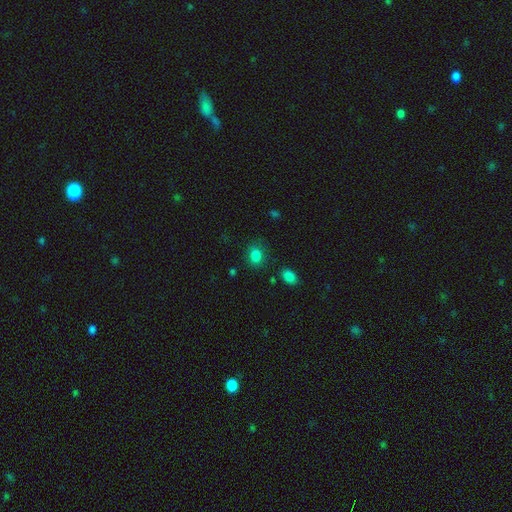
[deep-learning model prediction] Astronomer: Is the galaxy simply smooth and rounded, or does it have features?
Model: smooth — 83%.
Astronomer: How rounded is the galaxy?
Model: in between — 51% (runner-up: round, 48%).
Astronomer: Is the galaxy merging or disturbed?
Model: none — 78%.